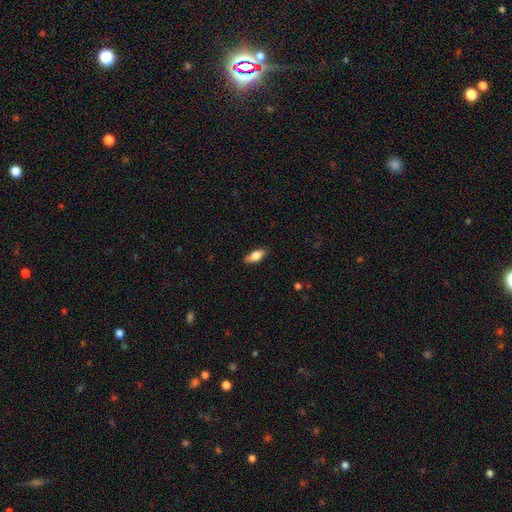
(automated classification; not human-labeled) A smooth galaxy with no disk features (72%) that is in between round and cigar-shaped (82%). Merging: none (87%).